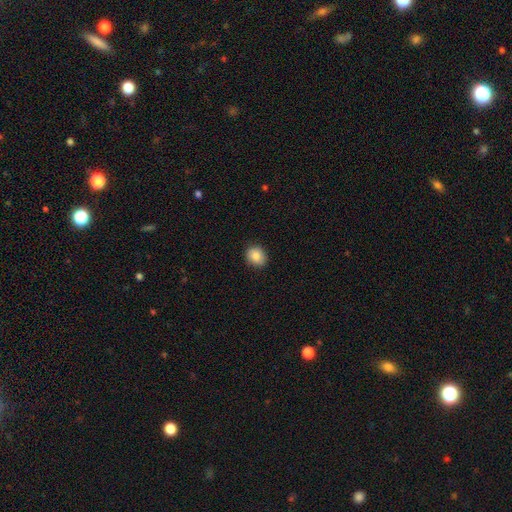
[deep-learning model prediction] The model was most divided on "how rounded": round: 66%, in between: 33%, cigar-shaped: 1%. More confident: merging — none (87%); smooth or featured — smooth (85%).